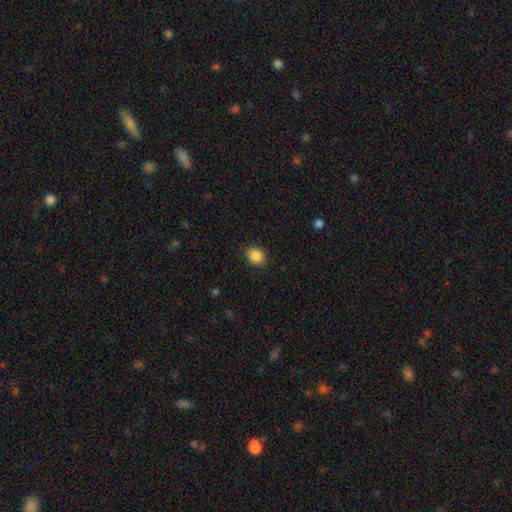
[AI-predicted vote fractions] Smooth or featured? smooth (87%)
How rounded? round (60%)
Merging? none (88%)